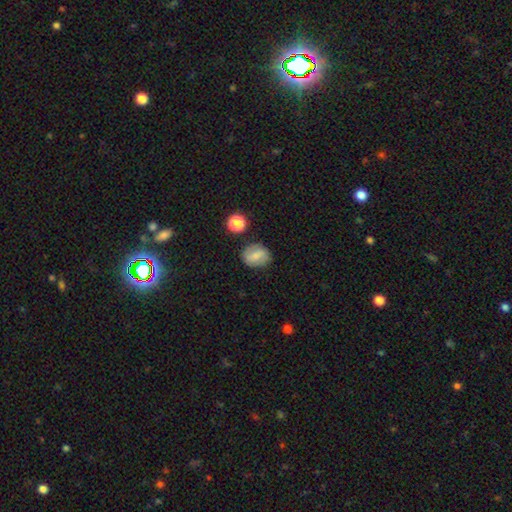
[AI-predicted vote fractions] smooth_or_featured: smooth (p=0.61) [alt: featured or disk p=0.29]
how_rounded: round (p=0.55) [alt: in between p=0.43]
merging: none (p=0.80) [alt: minor disturbance p=0.14]